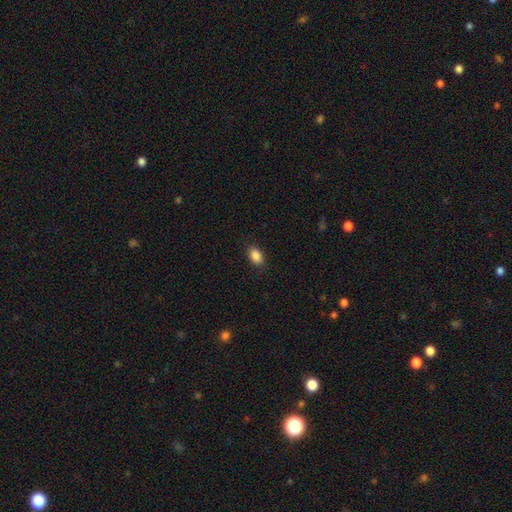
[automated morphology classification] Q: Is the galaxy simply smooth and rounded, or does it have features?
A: smooth — 88%.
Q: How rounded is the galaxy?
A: in between — 86%.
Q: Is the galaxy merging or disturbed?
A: none — 87%.